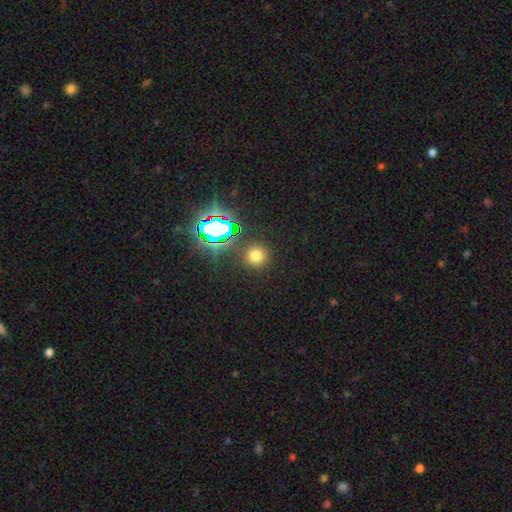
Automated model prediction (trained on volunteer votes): smooth_or_featured: smooth (p=0.67) [alt: star or artifact p=0.27]
how_rounded: round (p=0.92) [alt: in between p=0.07]
merging: none (p=0.87) [alt: minor disturbance p=0.07]